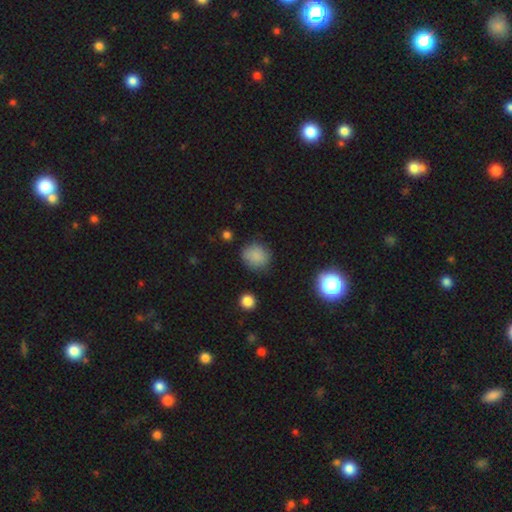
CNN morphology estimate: This is clearly a smooth galaxy (83%). How rounded: clearly round (81%). Merging: clearly none (80%).